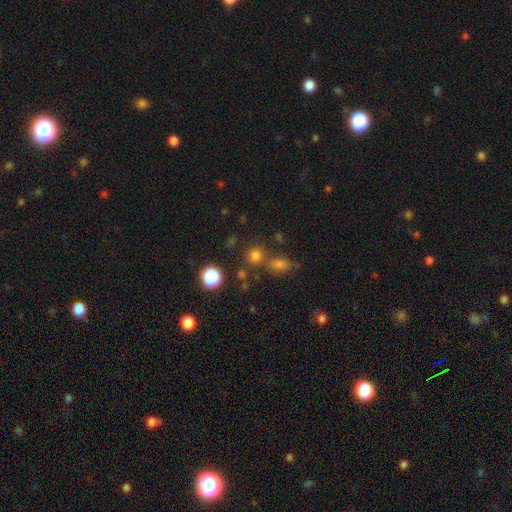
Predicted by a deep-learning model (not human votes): This appears to be a smooth galaxy with no disk features (72%) that is round (85%). Merging: none (68%).